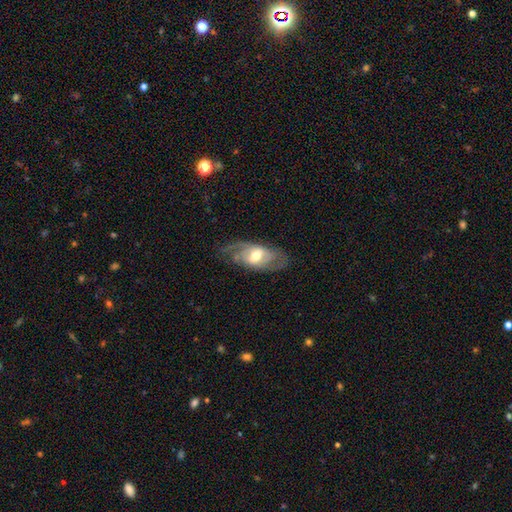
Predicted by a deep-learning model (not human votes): A featured or disk galaxy (71%) with a weak bar (45%), 2 (57%) medium (42%) spiral arms (79%) and a moderate central bulge (68%).

Vote fractions:
- Smooth or featured? featured or disk: 71% / smooth: 23% / star or artifact: 6%
- Edge-on disk? no: 90% / yes: 10%
- Bar? weak: 45% / no: 33% / strong: 22%
- Spiral arms? yes: 79% / no: 21%
- Spiral winding? medium: 42% / tight: 36% / loose: 22%
- Spiral arm count? 2: 57% / can't tell: 25% / 1: 7% / 3: 6% / 4: 2% / more than 4: 2%
- Bulge size? moderate: 68% / small: 19% / large: 11% / none: 1% / dominant: 1%
- Merging? none: 67% / minor disturbance: 20% / major disturbance: 11% / merger: 1%